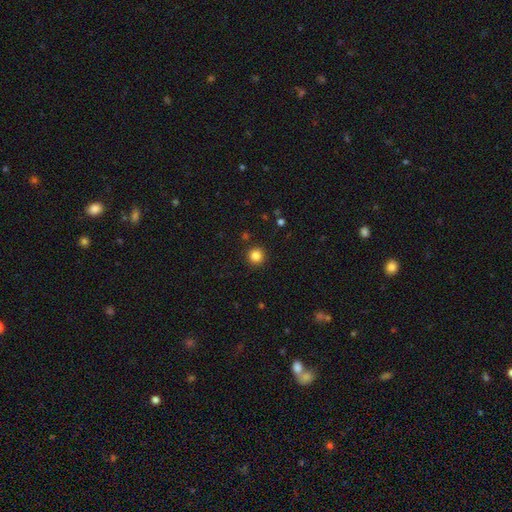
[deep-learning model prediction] Smooth or featured?
  - smooth: 84% *
  - star or artifact: 12%
  - featured or disk: 4%
How rounded?
  - round: 95% *
  - in between: 4%
  - cigar-shaped: 1%
Merging?
  - none: 92% *
  - minor disturbance: 5%
  - major disturbance: 2%
  - merger: 1%